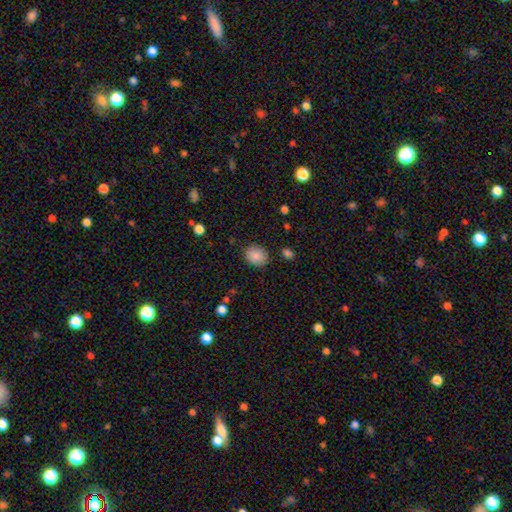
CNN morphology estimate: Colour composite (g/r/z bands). It shows a smooth galaxy with no disk features (87%) that is round (57%). Merging: none (85%).